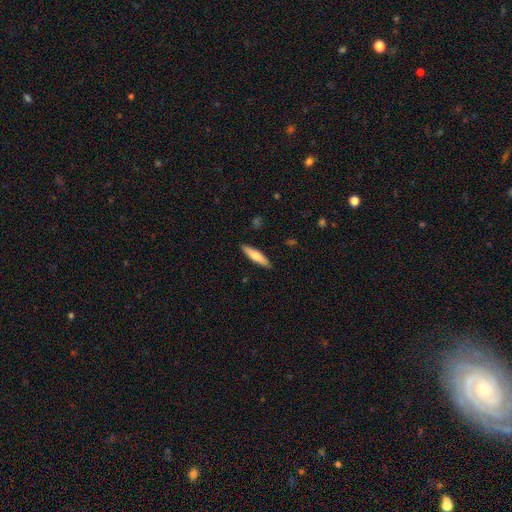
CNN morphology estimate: smooth 71%, featured or disk 24%, star or artifact 5%. Down the decision tree: how rounded — cigar-shaped (75%); merging — none (89%).